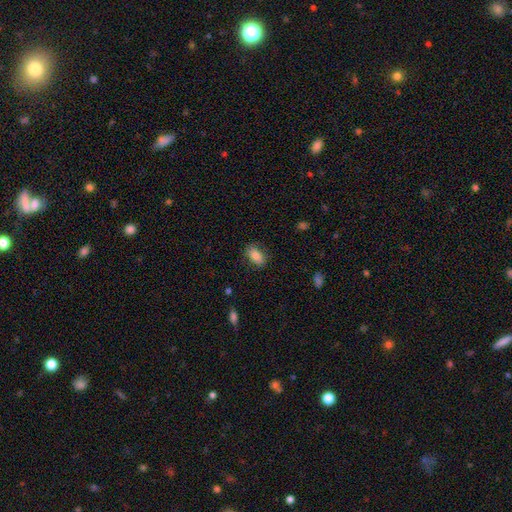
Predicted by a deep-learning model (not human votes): Overall: smooth (84%). How rounded: in between (90%). Merging: none (82%).